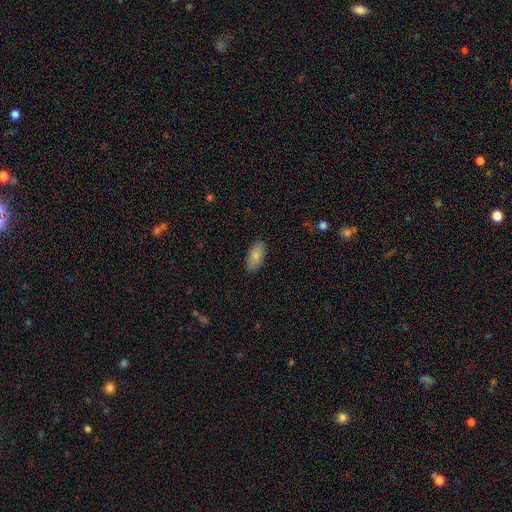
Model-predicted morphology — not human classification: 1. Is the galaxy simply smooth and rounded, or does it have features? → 84% smooth, 10% featured or disk, 6% star or artifact.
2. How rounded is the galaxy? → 92% in between, 6% cigar-shaped, 2% round.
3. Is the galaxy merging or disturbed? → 86% none, 11% minor disturbance, 2% major disturbance, 1% merger.